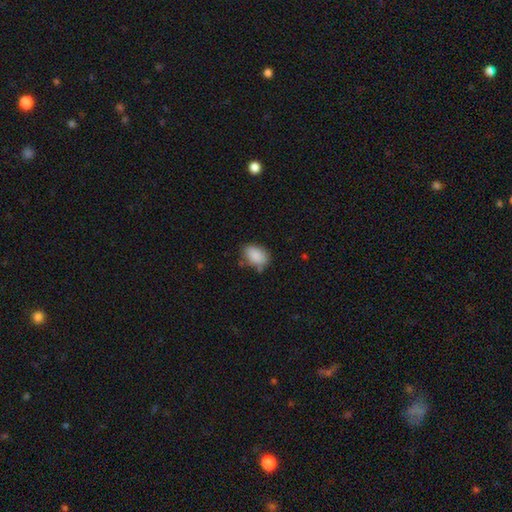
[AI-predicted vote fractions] Smooth or featured? smooth (87%)
How rounded? in between (85%)
Merging? none (66%)